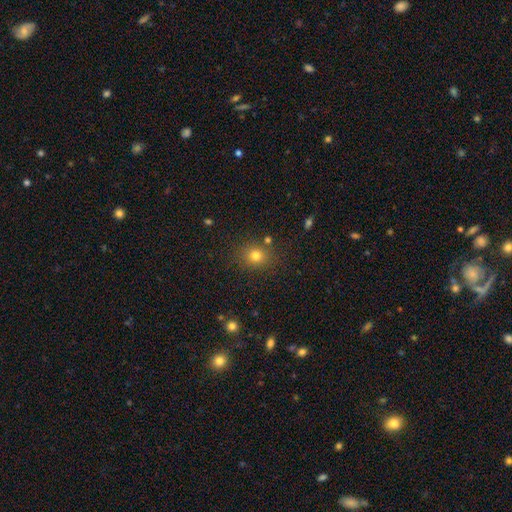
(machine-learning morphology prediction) A smooth galaxy with no disk features (77%) that is round (75%).

Vote fractions:
- Smooth or featured? smooth: 77% / star or artifact: 16% / featured or disk: 8%
- How rounded? round: 75% / in between: 24% / cigar-shaped: 1%
- Merging? none: 81% / minor disturbance: 10% / merger: 5% / major disturbance: 3%